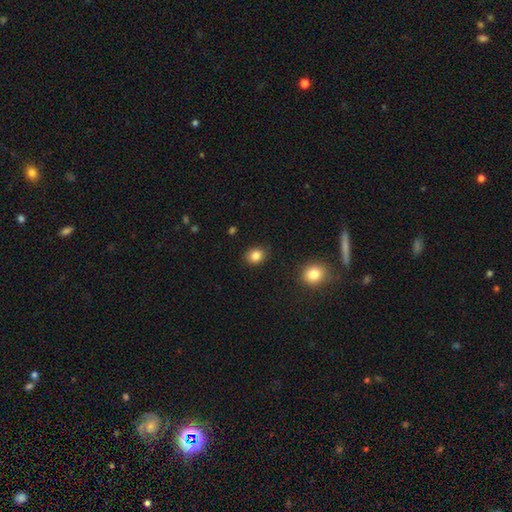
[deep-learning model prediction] smooth_or_featured: smooth (p=0.84) [alt: star or artifact p=0.11]
how_rounded: round (p=0.66) [alt: in between p=0.33]
merging: none (p=0.87) [alt: minor disturbance p=0.09]